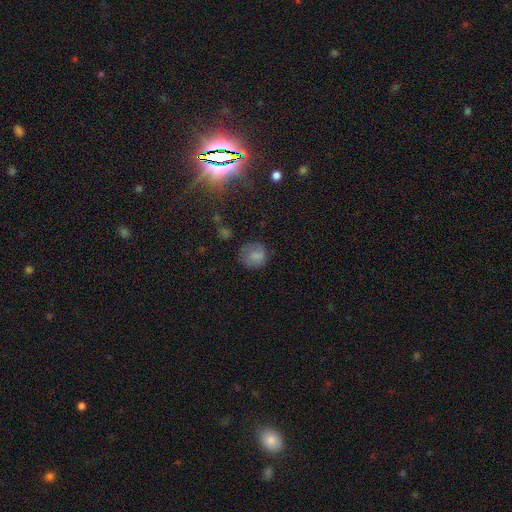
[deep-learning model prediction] Q: Smooth or featured?
A: smooth (75%); runner-up: featured or disk (13%)
Q: How rounded?
A: round (82%); runner-up: in between (17%)
Q: Merging?
A: none (69%); runner-up: minor disturbance (21%)